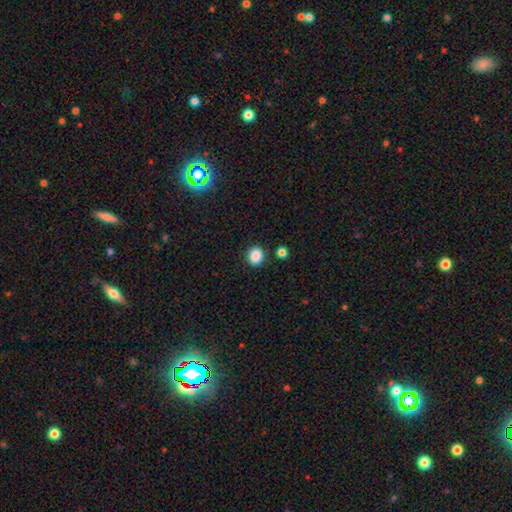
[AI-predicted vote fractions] Morphology: type=smooth (86%); roundness=round (78%); merging=none (87%).